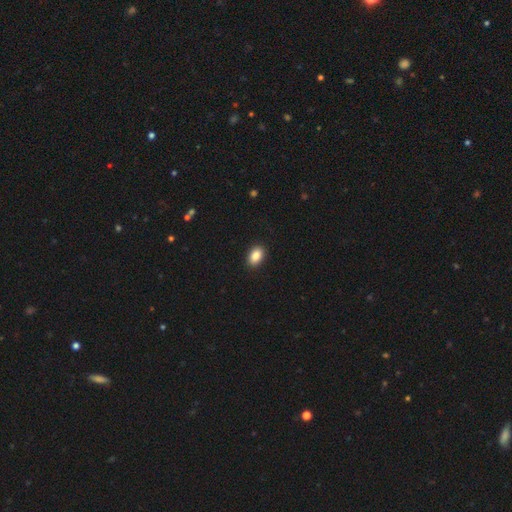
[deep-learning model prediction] A smooth galaxy with no disk features (87%) that is in between round and cigar-shaped (85%). Merging: none (90%).